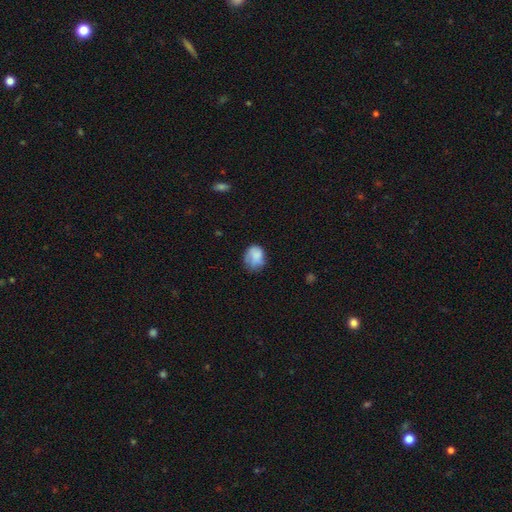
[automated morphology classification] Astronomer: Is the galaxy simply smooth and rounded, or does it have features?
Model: smooth — 78%.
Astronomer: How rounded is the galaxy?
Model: in between — 52% (runner-up: round, 47%).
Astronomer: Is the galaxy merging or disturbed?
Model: none — 51% (runner-up: minor disturbance, 33%).